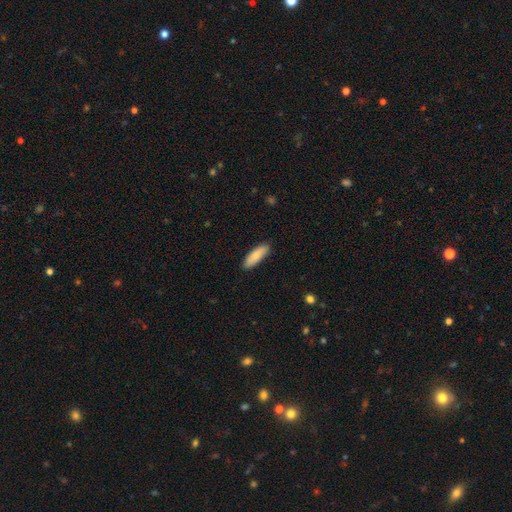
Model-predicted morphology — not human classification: A smooth galaxy with no disk features (83%) that is in between round and cigar-shaped (53%).

Vote fractions:
- Smooth or featured? smooth: 83% / featured or disk: 11% / star or artifact: 6%
- How rounded? in between: 53% / cigar-shaped: 45% / round: 2%
- Merging? none: 88% / minor disturbance: 9% / major disturbance: 2% / merger: 1%